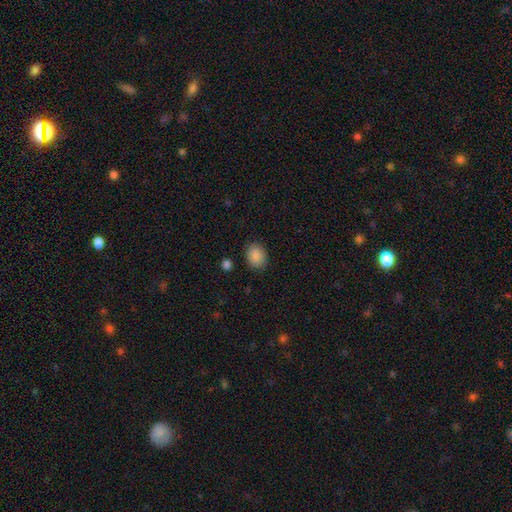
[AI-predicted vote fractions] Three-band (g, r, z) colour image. It shows a smooth galaxy with no disk features (89%) that is in between round and cigar-shaped (60%). Merging: none (86%).